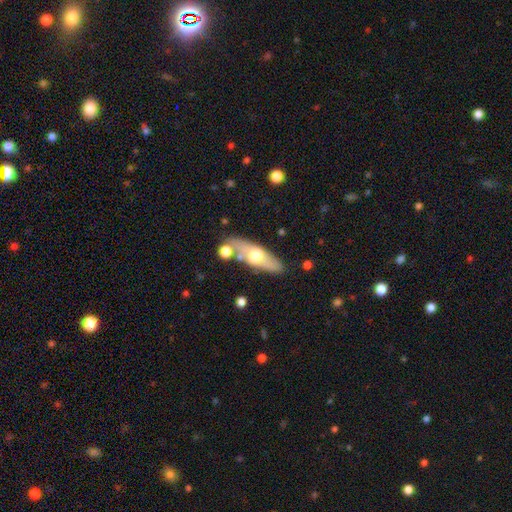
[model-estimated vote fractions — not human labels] Smooth or featured? smooth (48%)
Merging? none (70%)